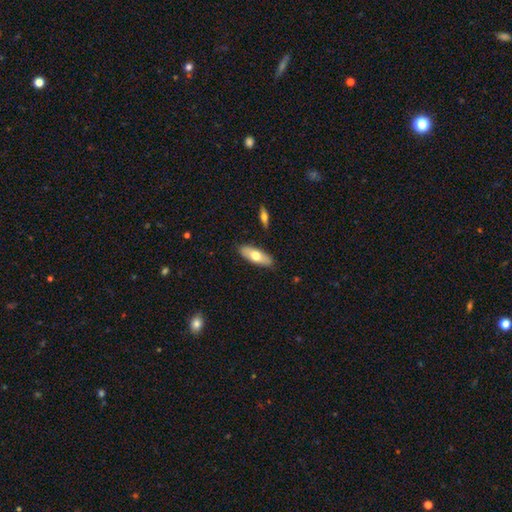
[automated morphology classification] This is likely a smooth galaxy (65%). How rounded: likely in between (69%). Merging: clearly none (85%).